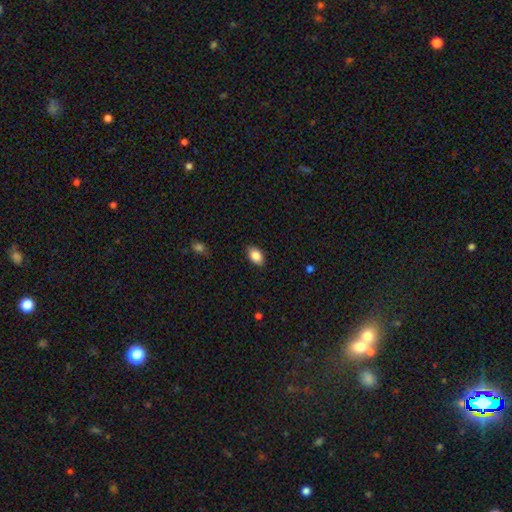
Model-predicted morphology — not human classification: Smooth or featured?
  - smooth: 87% *
  - star or artifact: 7%
  - featured or disk: 5%
How rounded?
  - in between: 89% *
  - round: 10%
  - cigar-shaped: 1%
Merging?
  - none: 86% *
  - minor disturbance: 10%
  - major disturbance: 2%
  - merger: 1%